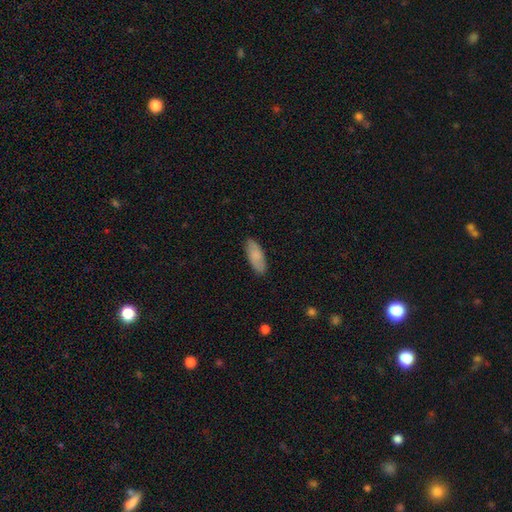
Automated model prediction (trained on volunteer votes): Overall: smooth (83%). How rounded: in between (76%). Merging: none (87%).